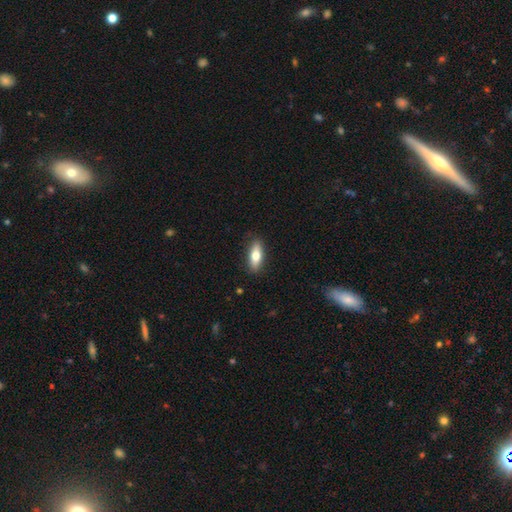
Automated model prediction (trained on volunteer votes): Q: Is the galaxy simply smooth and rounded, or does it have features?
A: smooth — 72%.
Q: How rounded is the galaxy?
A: in between — 68%.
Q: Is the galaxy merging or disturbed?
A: none — 87%.